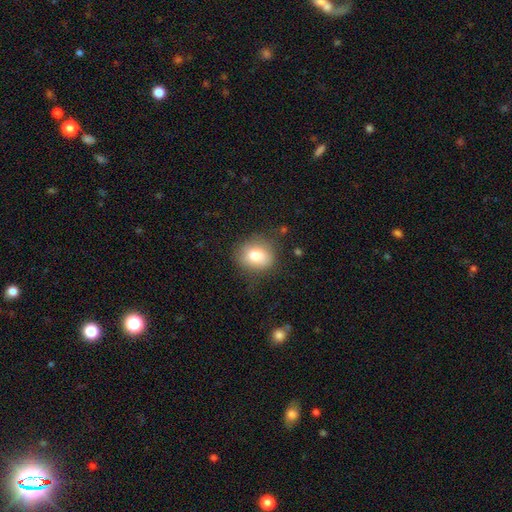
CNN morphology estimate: Smooth or featured? smooth (80%)
How rounded? round (61%)
Merging? none (73%)